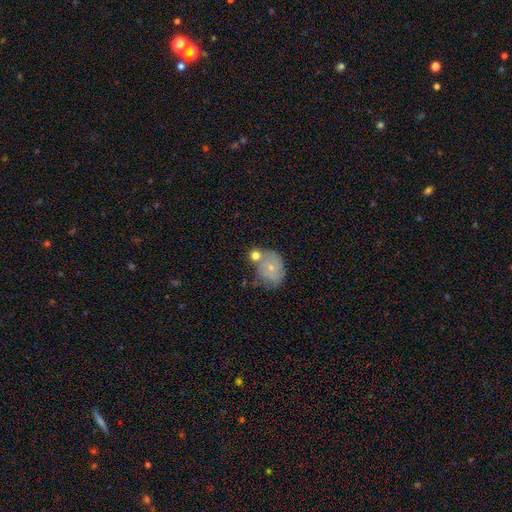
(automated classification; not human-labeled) A smooth galaxy with no disk features (61%) that is round (71%). Merging: none (46%).